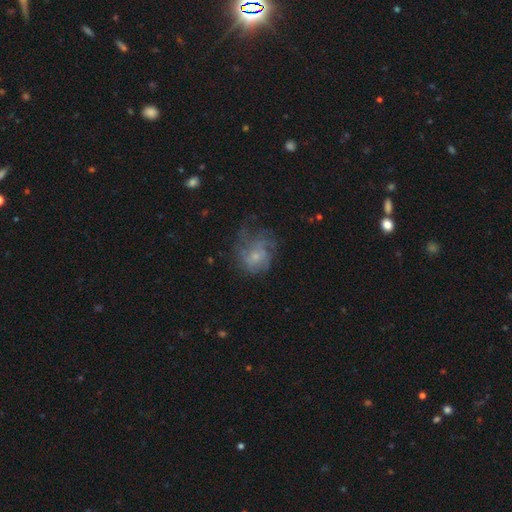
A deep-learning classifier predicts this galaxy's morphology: This appears to be a featured or disk galaxy (57%) with no bar (79%), spiral arms (64%) and a small central bulge (65%). Merging: none (43%).